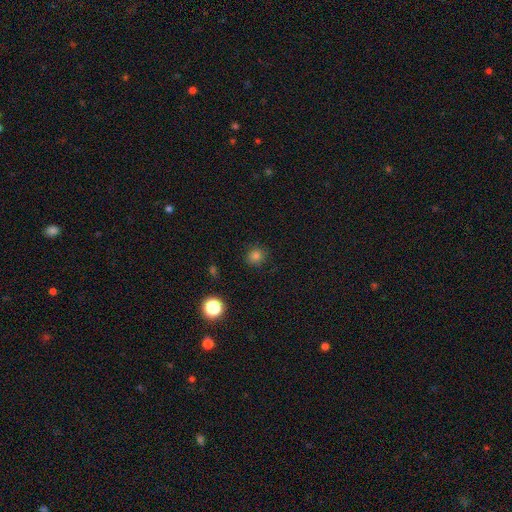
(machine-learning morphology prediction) Smooth or featured: smooth — 80% (star or artifact — 16%)
How rounded: round — 87% (in between — 12%)
Merging: none — 87% (minor disturbance — 9%)